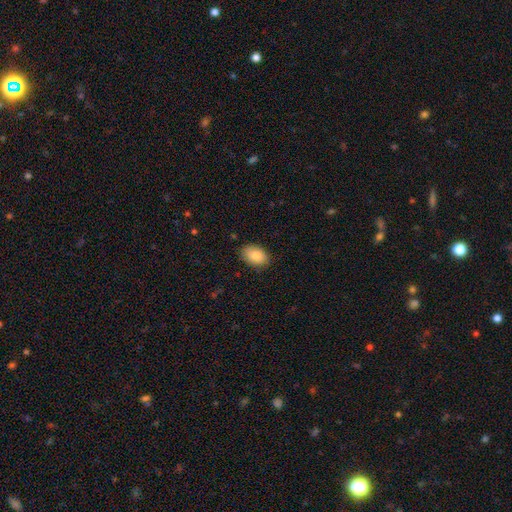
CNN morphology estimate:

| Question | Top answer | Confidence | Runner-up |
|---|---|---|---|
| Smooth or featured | smooth | 84% | featured or disk (9%) |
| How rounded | in between | 86% | round (13%) |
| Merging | none | 84% | minor disturbance (12%) |